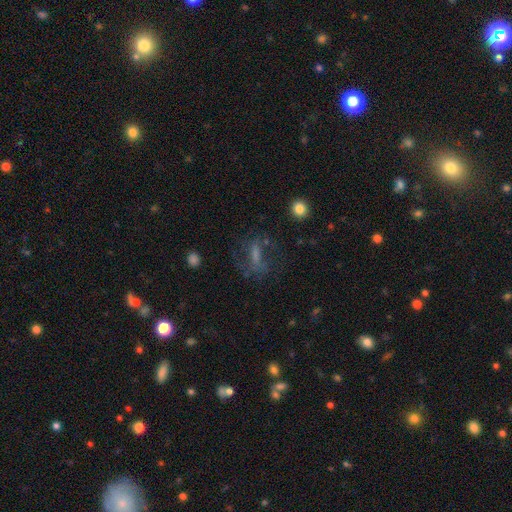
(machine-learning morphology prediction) Q: Smooth or featured?
A: smooth (40%); runner-up: featured or disk (38%)
Q: Merging?
A: none (51%); runner-up: major disturbance (27%)